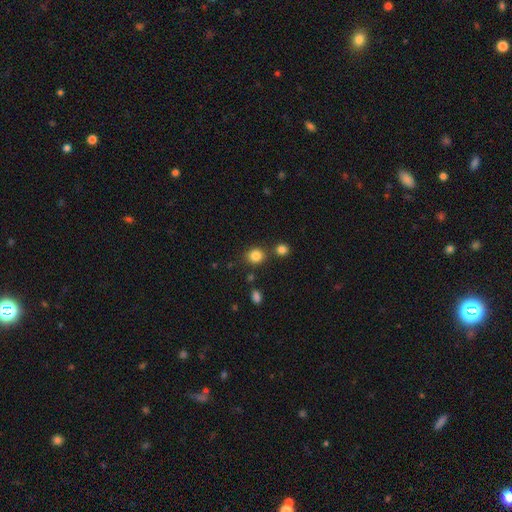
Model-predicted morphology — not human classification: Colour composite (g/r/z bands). It shows a smooth galaxy with no disk features (84%) that is round (80%). Merging: none (77%).